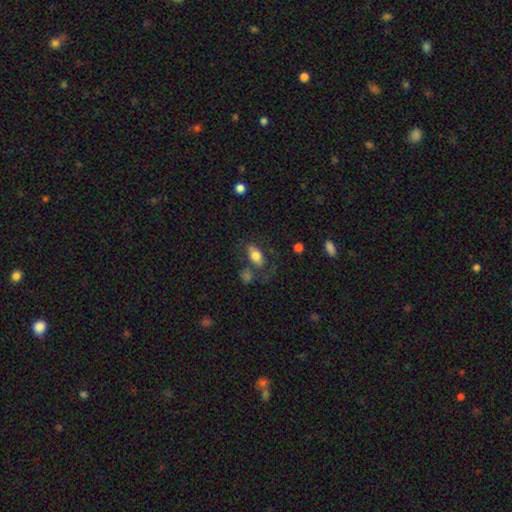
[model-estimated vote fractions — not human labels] smooth_or_featured: smooth (p=0.73) [alt: featured or disk p=0.19]
how_rounded: in between (p=0.89) [alt: round p=0.07]
merging: none (p=0.53) [alt: minor disturbance p=0.20]